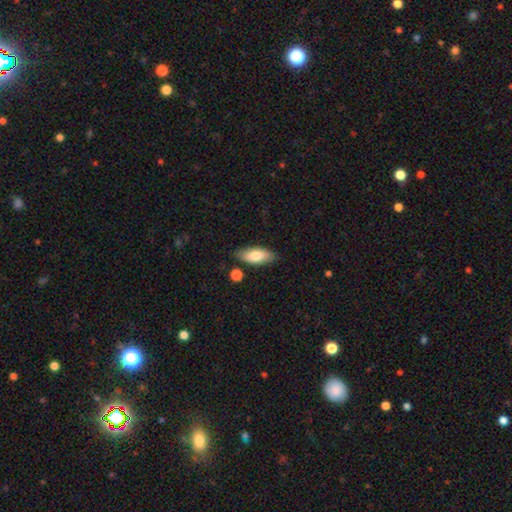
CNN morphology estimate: Smooth or featured? Predicted: smooth (p=0.76). How rounded? Predicted: in between (p=0.81). Merging? Predicted: none (p=0.83).